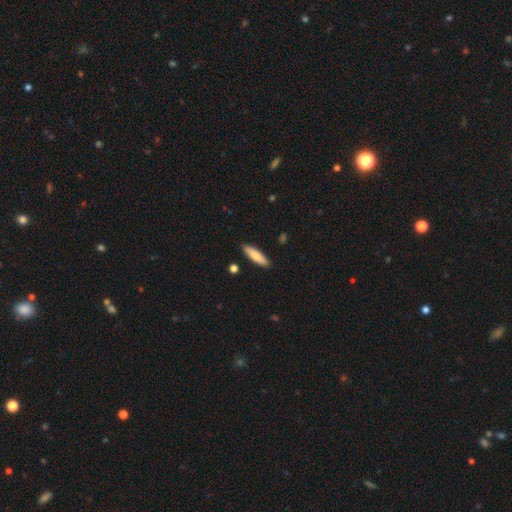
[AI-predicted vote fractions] smooth_or_featured: smooth (p=0.78) [alt: featured or disk p=0.16]
how_rounded: cigar-shaped (p=0.69) [alt: in between p=0.29]
merging: none (p=0.89) [alt: minor disturbance p=0.08]